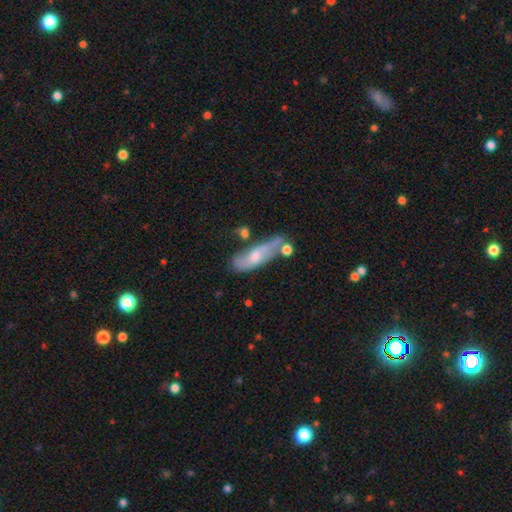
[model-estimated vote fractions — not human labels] The model was most divided on "smooth or featured": featured or disk: 49%, smooth: 43%, star or artifact: 8%. Remaining: merging — none (41%).